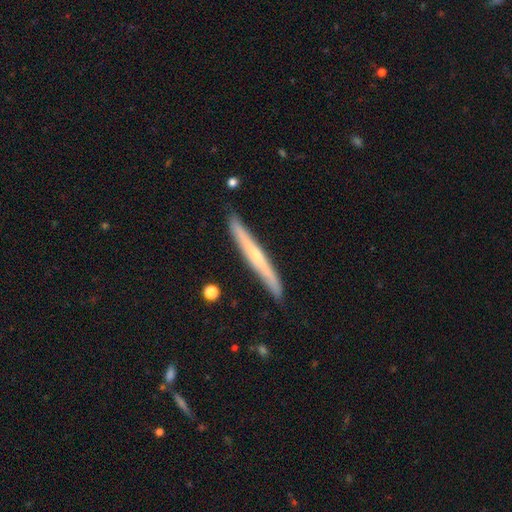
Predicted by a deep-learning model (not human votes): Smooth or featured?
  - featured or disk: 57% *
  - smooth: 38%
  - star or artifact: 6%
Edge-on disk?
  - yes: 95% *
  - no: 5%
Edge-on bulge?
  - none: 49% *
  - rounded: 46%
  - boxy: 5%
Merging?
  - none: 88% *
  - minor disturbance: 9%
  - major disturbance: 1%
  - merger: 1%